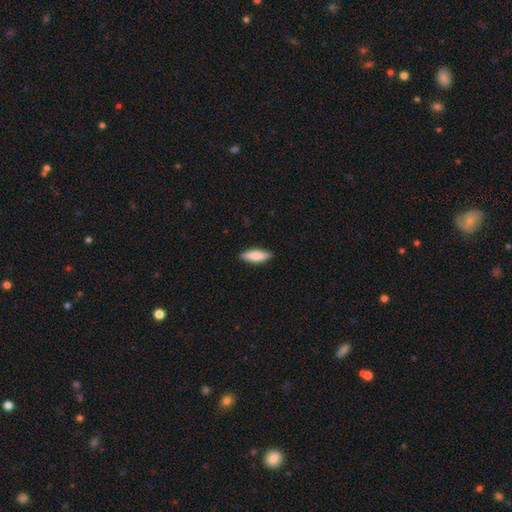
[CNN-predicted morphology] Smooth or featured: smooth — 81% (featured or disk — 14%)
How rounded: in between — 52% (cigar-shaped — 46%)
Merging: none — 88% (minor disturbance — 9%)